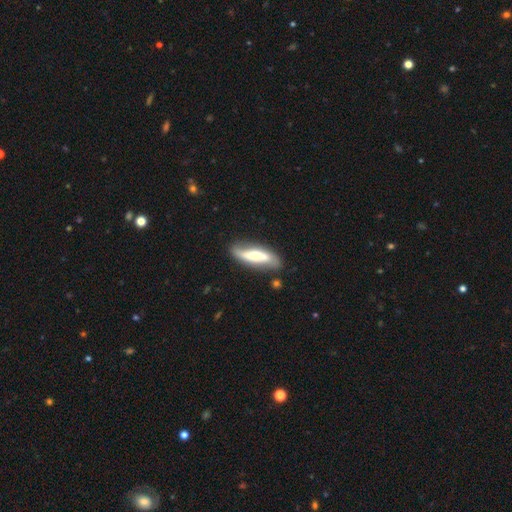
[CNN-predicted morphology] A featured or disk galaxy (54%). Merging: none (69%).